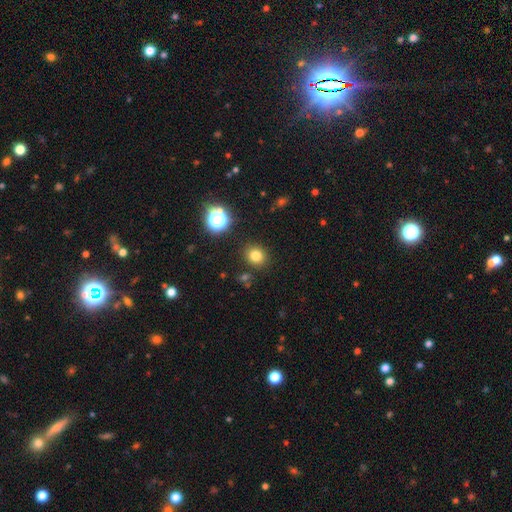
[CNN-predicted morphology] type=smooth (78%); roundness=round (78%); merging=none (87%).